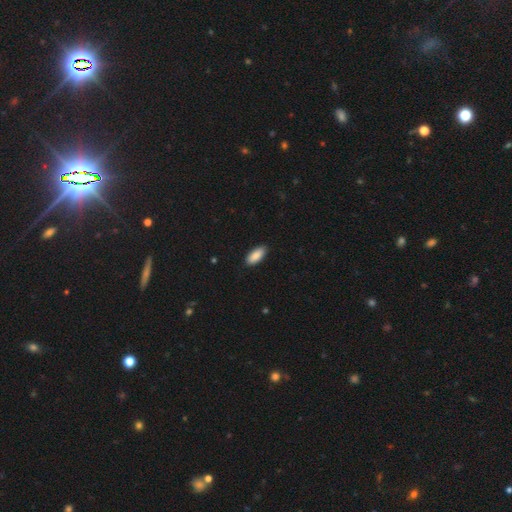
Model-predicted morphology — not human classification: smooth 89%, star or artifact 6%, featured or disk 5%. Down the decision tree: how rounded — in between (86%); merging — none (89%).